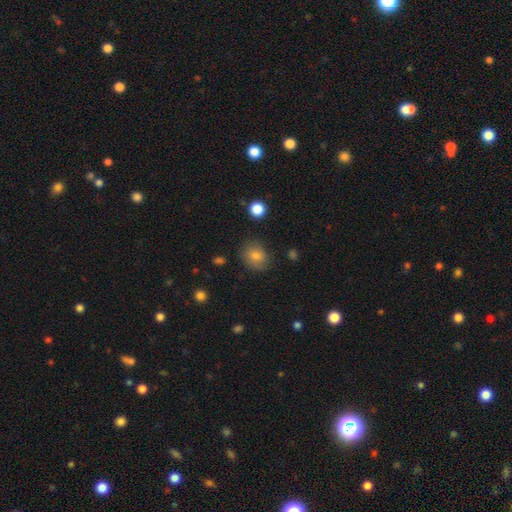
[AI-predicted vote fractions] Smooth or featured?
  - smooth: 78% *
  - featured or disk: 12%
  - star or artifact: 10%
How rounded?
  - round: 58% *
  - in between: 41%
  - cigar-shaped: 1%
Merging?
  - none: 76% *
  - minor disturbance: 17%
  - major disturbance: 5%
  - merger: 2%